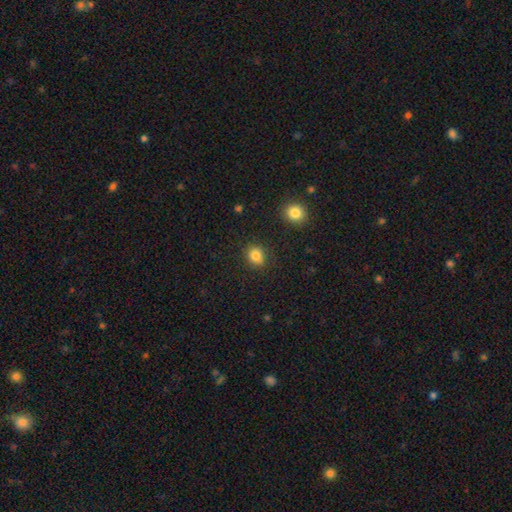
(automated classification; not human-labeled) This is clearly a smooth galaxy (84%). How rounded: likely round (67%). Merging: clearly none (86%).